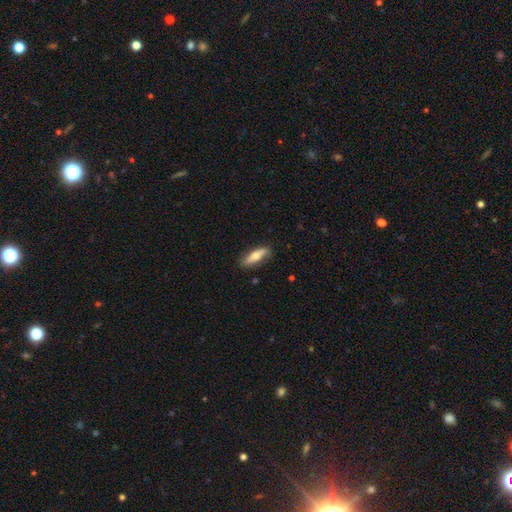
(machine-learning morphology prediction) smooth_or_featured: smooth (p=0.57) [alt: featured or disk p=0.37]
how_rounded: cigar-shaped (p=0.58) [alt: in between p=0.40]
merging: none (p=0.83) [alt: minor disturbance p=0.14]